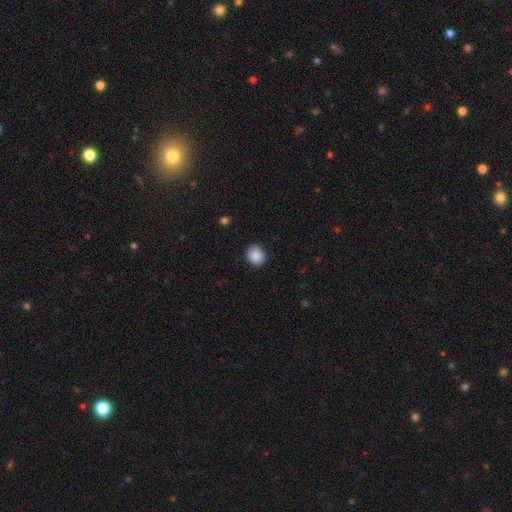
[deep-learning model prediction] This is clearly a smooth galaxy (88%). How rounded: likely round (80%). Merging: clearly none (85%).